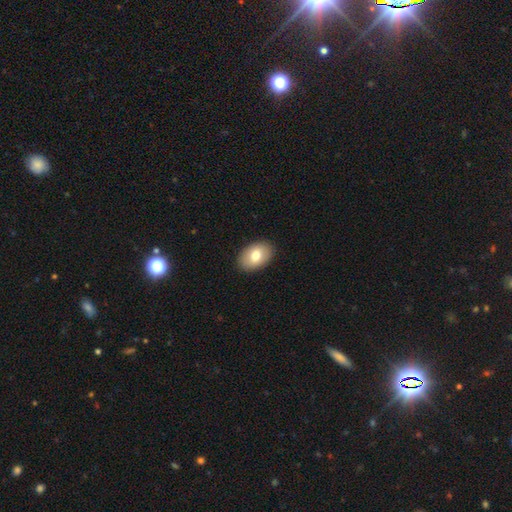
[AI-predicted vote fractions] The model was most divided on "smooth or featured": smooth: 76%, featured or disk: 17%, star or artifact: 7%. More confident: merging — none (89%); how rounded — in between (88%).